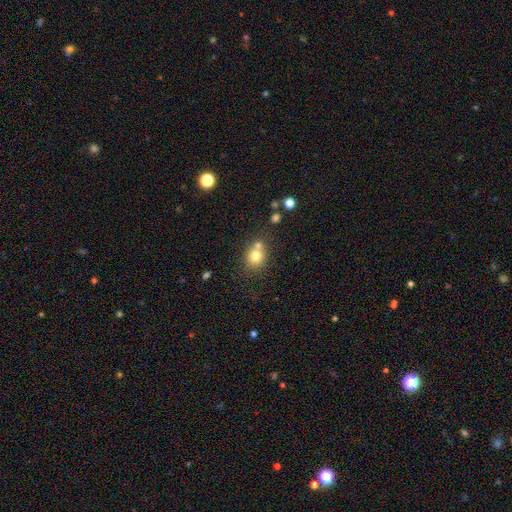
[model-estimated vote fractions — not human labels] A smooth galaxy with no disk features (75%) that is round (73%).

Vote fractions:
- Smooth or featured? smooth: 75% / featured or disk: 13% / star or artifact: 12%
- How rounded? round: 73% / in between: 26% / cigar-shaped: 1%
- Merging? none: 49% / merger: 36% / minor disturbance: 11% / major disturbance: 4%